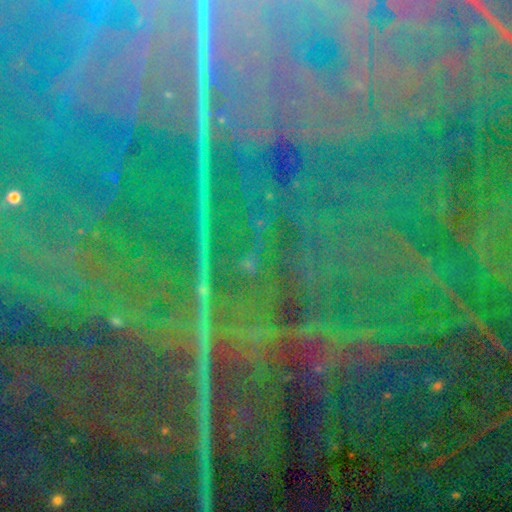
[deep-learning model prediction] Smooth or featured? star or artifact (87%)